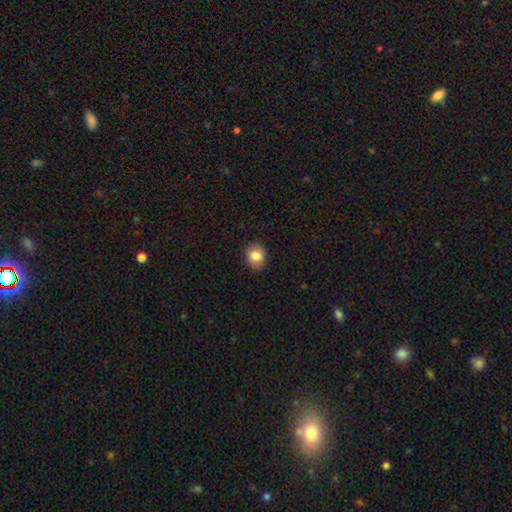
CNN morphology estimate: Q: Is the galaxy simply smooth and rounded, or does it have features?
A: smooth — 84%.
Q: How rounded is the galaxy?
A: round — 62%.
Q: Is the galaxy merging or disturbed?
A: none — 86%.